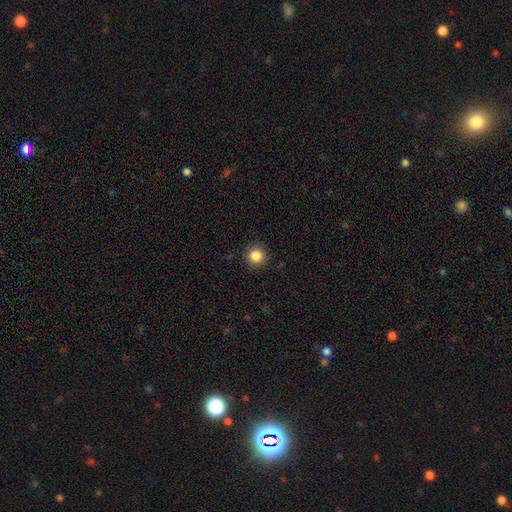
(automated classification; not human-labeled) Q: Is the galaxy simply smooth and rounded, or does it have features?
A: smooth — 86%.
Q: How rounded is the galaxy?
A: round — 95%.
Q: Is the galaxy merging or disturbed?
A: none — 92%.